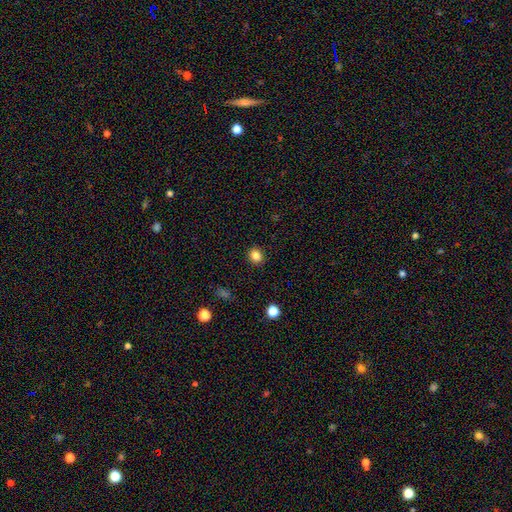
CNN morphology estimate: A smooth galaxy with no disk features (83%) that is round (76%).

Vote fractions:
- Smooth or featured? smooth: 83% / star or artifact: 12% / featured or disk: 5%
- How rounded? round: 76% / in between: 23% / cigar-shaped: 1%
- Merging? none: 91% / minor disturbance: 6% / major disturbance: 2% / merger: 1%